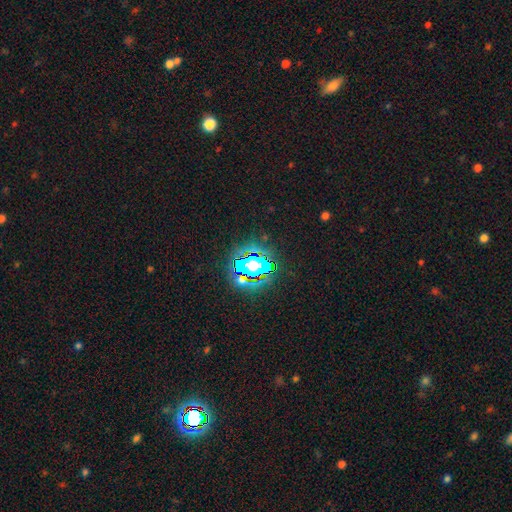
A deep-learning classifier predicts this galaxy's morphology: Smooth or featured?
  - star or artifact: 82% *
  - smooth: 11%
  - featured or disk: 7%